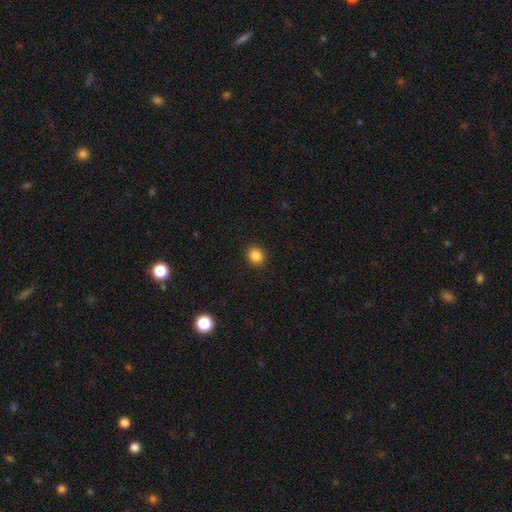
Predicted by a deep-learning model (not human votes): The model was most divided on "how rounded": round: 74%, in between: 25%, cigar-shaped: 1%. More confident: merging — none (92%); smooth or featured — smooth (86%).